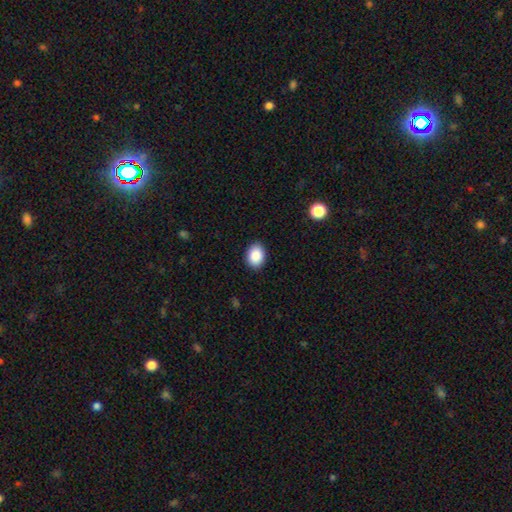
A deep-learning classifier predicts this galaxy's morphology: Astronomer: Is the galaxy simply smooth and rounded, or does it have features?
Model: smooth — 89%.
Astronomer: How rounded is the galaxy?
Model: in between — 70%.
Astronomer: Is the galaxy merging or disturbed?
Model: none — 89%.